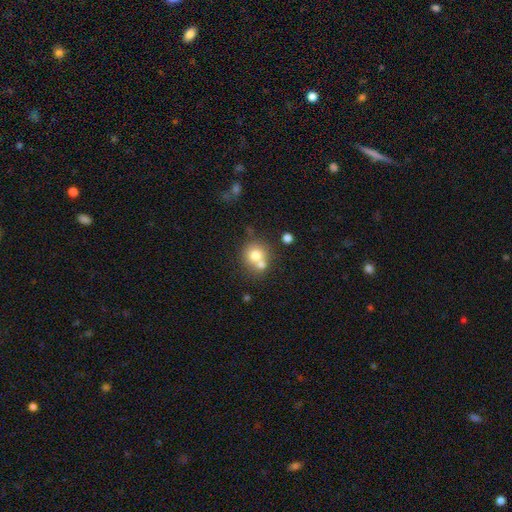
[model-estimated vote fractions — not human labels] Smooth or featured? Predicted: smooth (p=0.73). How rounded? Predicted: round (p=0.84). Merging? Predicted: none (p=0.46).